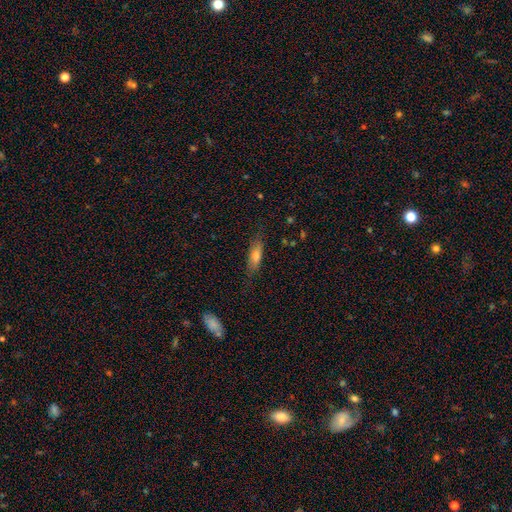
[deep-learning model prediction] smooth-or-featured: smooth: 67% | featured or disk: 26% | star or artifact: 7%
  how-rounded: cigar-shaped: 54% | in between: 44% | round: 2%
  merging: none: 78% | minor disturbance: 17% | major disturbance: 4% | merger: 1%